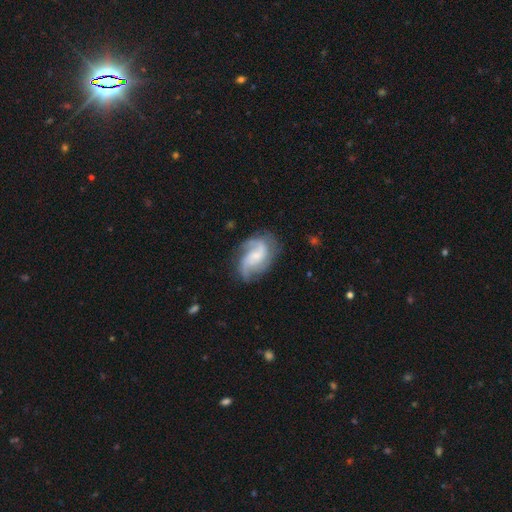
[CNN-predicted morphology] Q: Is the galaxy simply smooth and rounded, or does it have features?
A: featured or disk — 82%.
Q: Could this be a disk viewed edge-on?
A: no — 97%.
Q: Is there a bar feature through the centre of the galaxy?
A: no — 49%.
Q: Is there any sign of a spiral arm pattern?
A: yes — 96%.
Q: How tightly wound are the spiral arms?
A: medium — 47%.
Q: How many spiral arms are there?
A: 2 — 38%.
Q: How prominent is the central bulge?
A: small — 52%.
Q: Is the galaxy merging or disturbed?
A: none — 64%.